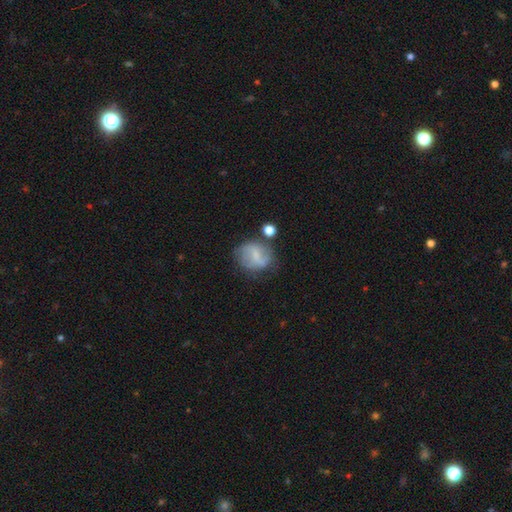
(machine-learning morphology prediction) A featured or disk galaxy (51%).

Vote fractions:
- Smooth or featured? featured or disk: 51% / smooth: 40% / star or artifact: 9%
- Edge-on disk? no: 97% / yes: 3%
- Merging? none: 58% / minor disturbance: 22% / major disturbance: 11% / merger: 9%